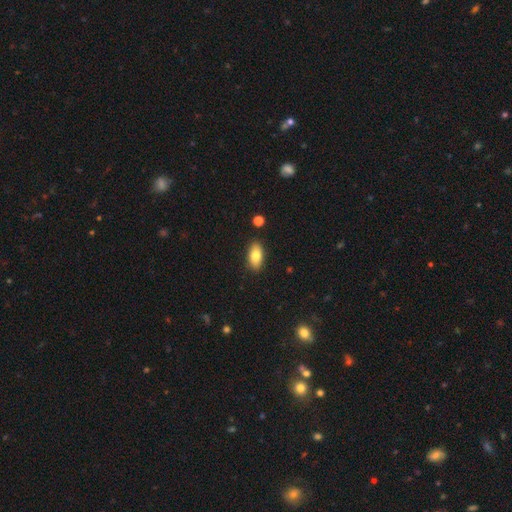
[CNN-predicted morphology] Smooth or featured: smooth — 79% (featured or disk — 14%)
How rounded: in between — 90% (cigar-shaped — 6%)
Merging: none — 88% (minor disturbance — 9%)